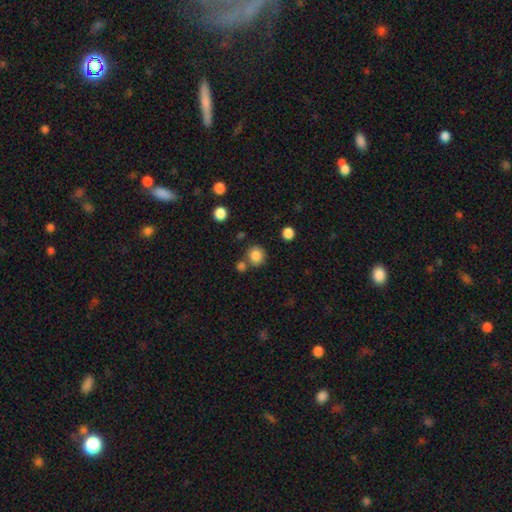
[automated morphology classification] Smooth or featured? Predicted: smooth (p=0.84). How rounded? Predicted: round (p=0.86). Merging? Predicted: none (p=0.74).